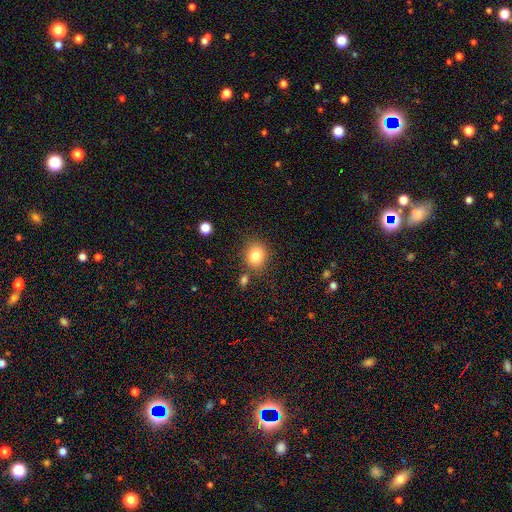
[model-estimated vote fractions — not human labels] The model was most divided on "how rounded": round: 69%, in between: 31%, cigar-shaped: 1%. More confident: smooth or featured — smooth (83%); merging — none (79%).